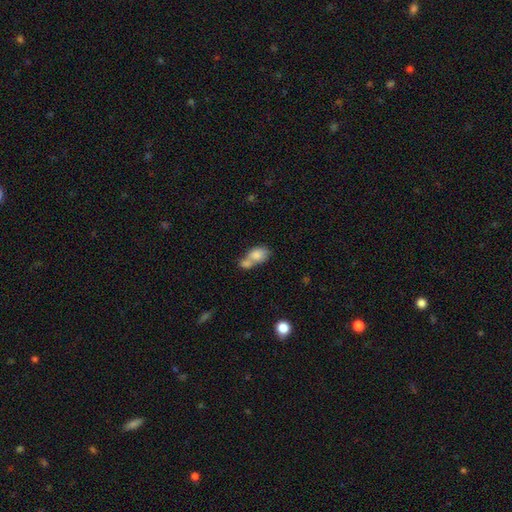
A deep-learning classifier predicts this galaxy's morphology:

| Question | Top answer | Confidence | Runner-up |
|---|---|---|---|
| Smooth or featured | smooth | 78% | featured or disk (14%) |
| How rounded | in between | 80% | round (17%) |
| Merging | merger | 65% | none (21%) |